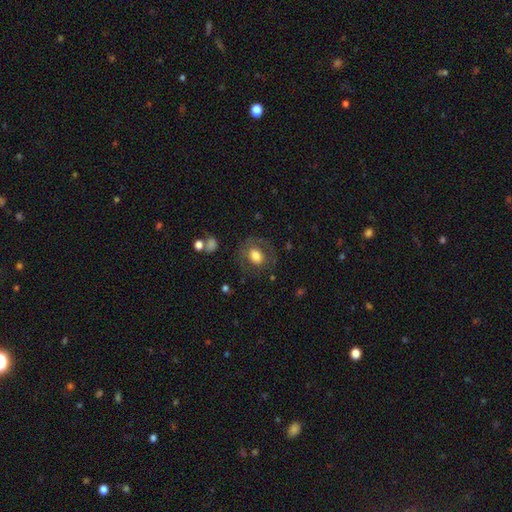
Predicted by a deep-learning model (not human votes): The model was most divided on "how rounded": round: 61%, in between: 39%, cigar-shaped: 1%. More confident: merging — none (73%); smooth or featured — smooth (63%).